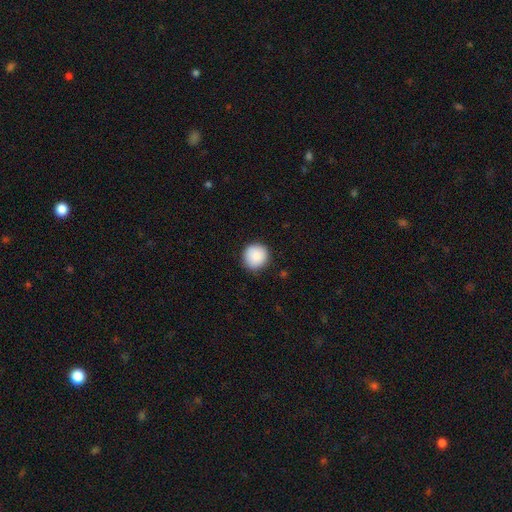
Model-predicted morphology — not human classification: The model was most divided on "smooth or featured": smooth: 89%, star or artifact: 7%, featured or disk: 4%. More confident: how rounded — round (94%); merging — none (90%).